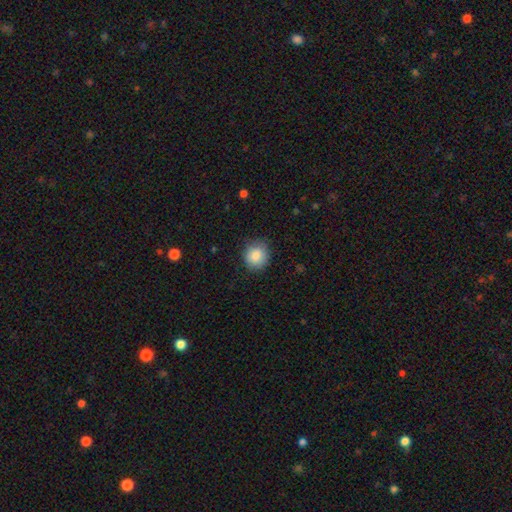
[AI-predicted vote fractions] Smooth or featured? Predicted: smooth (p=0.87). How rounded? Predicted: round (p=0.82). Merging? Predicted: none (p=0.81).